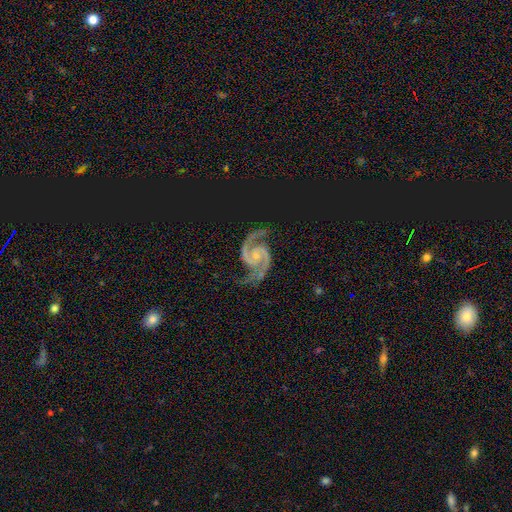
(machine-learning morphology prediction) Overall: featured or disk (94%). Edge-on disk: no (98%). Bar: no (60%; weak 31%). Spiral arms: yes (99%). Spiral arm count: 2 (94%). Spiral winding: medium (63%). Bulge size: small (69%). Merging: none (74%).